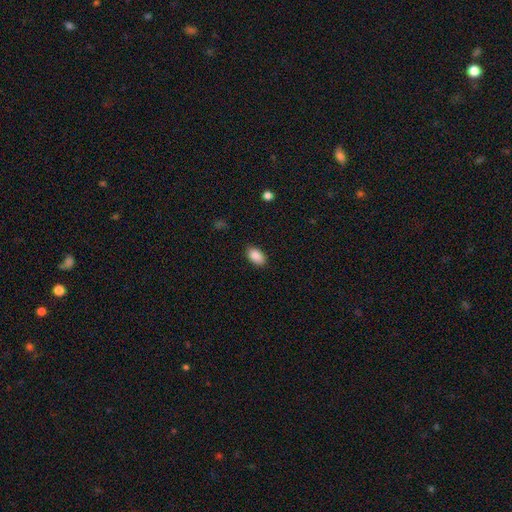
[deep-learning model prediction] smooth-or-featured: smooth: 89% | star or artifact: 8% | featured or disk: 4%
  how-rounded: in between: 91% | round: 7% | cigar-shaped: 1%
  merging: none: 86% | minor disturbance: 11% | major disturbance: 2% | merger: 1%